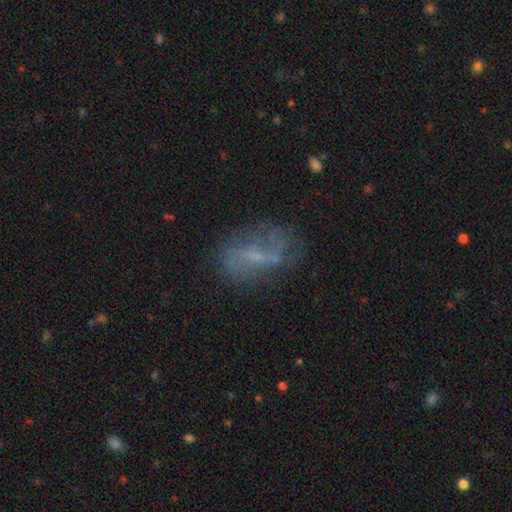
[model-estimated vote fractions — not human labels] Smooth or featured?
  - featured or disk: 66% *
  - smooth: 20%
  - star or artifact: 14%
Edge-on disk?
  - no: 94% *
  - yes: 6%
Bar?
  - weak: 49% *
  - no: 28%
  - strong: 23%
Spiral arms?
  - yes: 78% *
  - no: 22%
Bulge size?
  - small: 51% *
  - none: 29%
  - moderate: 17%
  - large: 2%
  - dominant: 1%
Merging?
  - none: 71% *
  - minor disturbance: 17%
  - major disturbance: 10%
  - merger: 3%